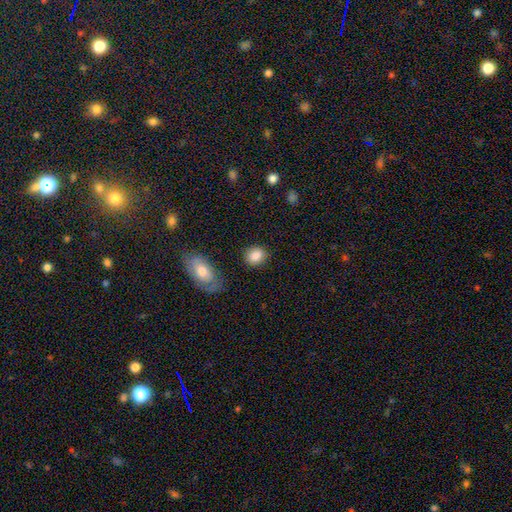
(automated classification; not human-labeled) smooth-or-featured: smooth: 86% | star or artifact: 8% | featured or disk: 7%
  how-rounded: round: 64% | in between: 35% | cigar-shaped: 1%
  merging: none: 85% | minor disturbance: 9% | major disturbance: 3% | merger: 3%